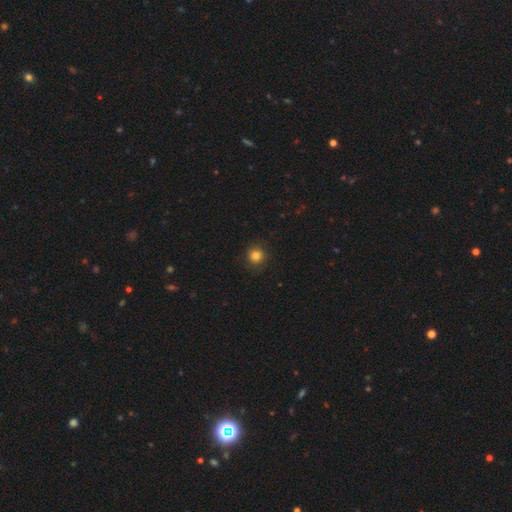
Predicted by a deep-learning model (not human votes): smooth-or-featured: smooth: 83% | star or artifact: 12% | featured or disk: 5%
  how-rounded: round: 91% | in between: 8% | cigar-shaped: 1%
  merging: none: 88% | minor disturbance: 8% | major disturbance: 3% | merger: 1%